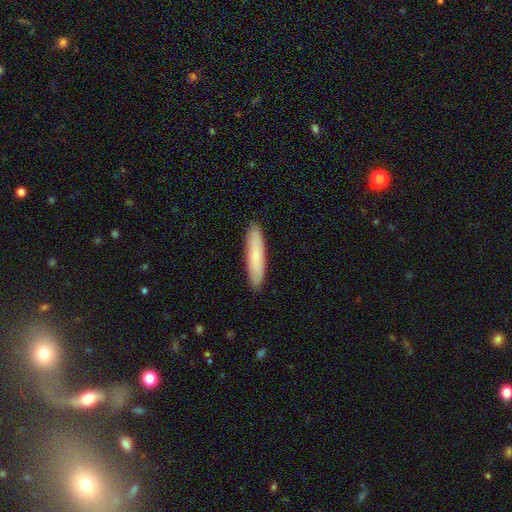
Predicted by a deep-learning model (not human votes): Smooth or featured? smooth (74%)
How rounded? cigar-shaped (85%)
Merging? none (90%)